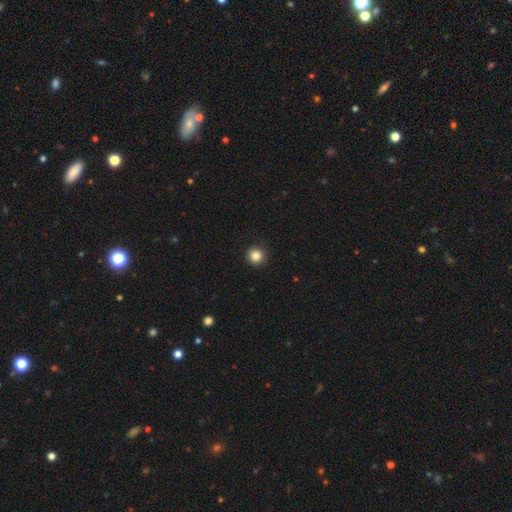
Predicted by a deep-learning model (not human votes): A smooth galaxy with no disk features (85%) that is round (95%). Merging: none (93%).